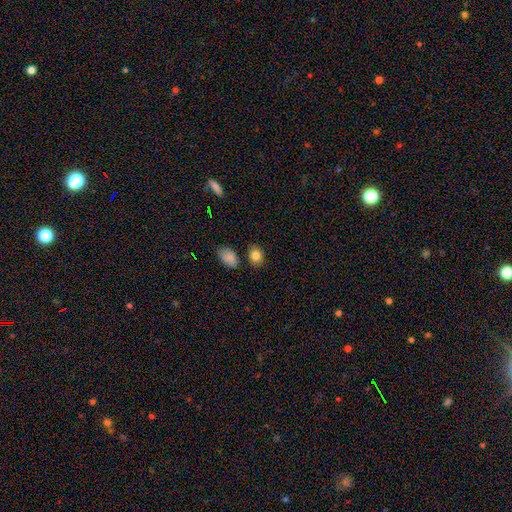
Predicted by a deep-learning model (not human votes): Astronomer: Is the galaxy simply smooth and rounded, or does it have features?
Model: smooth — 84%.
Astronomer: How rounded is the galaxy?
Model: in between — 55% (runner-up: round, 44%).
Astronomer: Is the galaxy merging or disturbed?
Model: none — 81%.